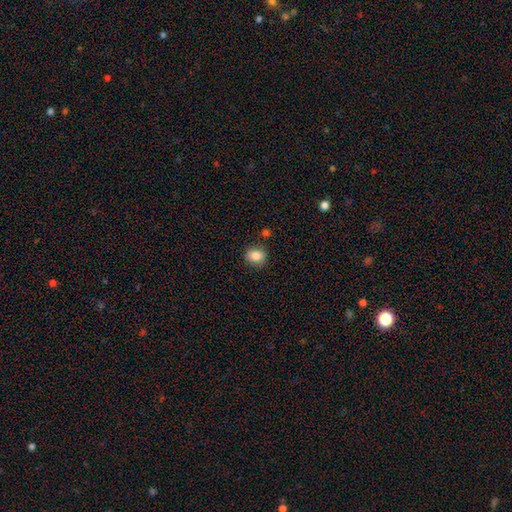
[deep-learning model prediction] Q: Smooth or featured?
A: smooth (84%); runner-up: star or artifact (10%)
Q: How rounded?
A: round (66%); runner-up: in between (33%)
Q: Merging?
A: none (84%); runner-up: minor disturbance (10%)